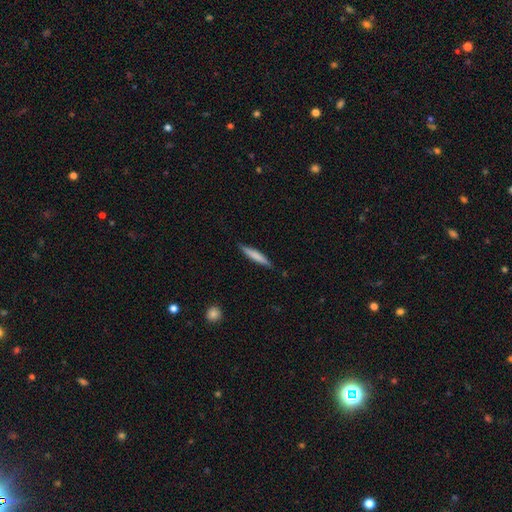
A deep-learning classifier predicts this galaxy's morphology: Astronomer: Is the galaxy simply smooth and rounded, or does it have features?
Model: smooth — 68%.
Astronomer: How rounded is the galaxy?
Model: cigar-shaped — 93%.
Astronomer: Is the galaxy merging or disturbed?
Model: none — 86%.